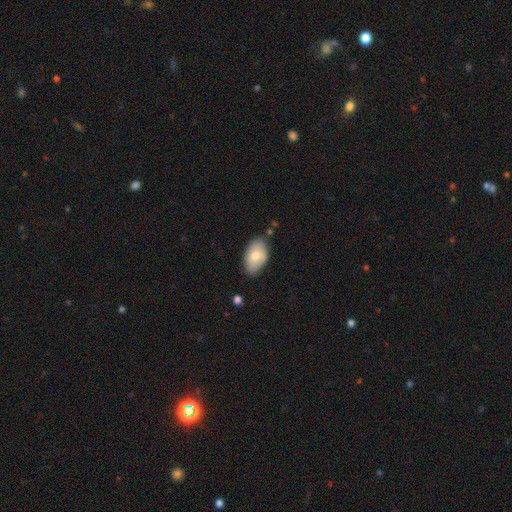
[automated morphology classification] Q: Smooth or featured?
A: smooth (75%); runner-up: featured or disk (19%)
Q: How rounded?
A: in between (93%); runner-up: round (6%)
Q: Merging?
A: none (75%); runner-up: minor disturbance (19%)